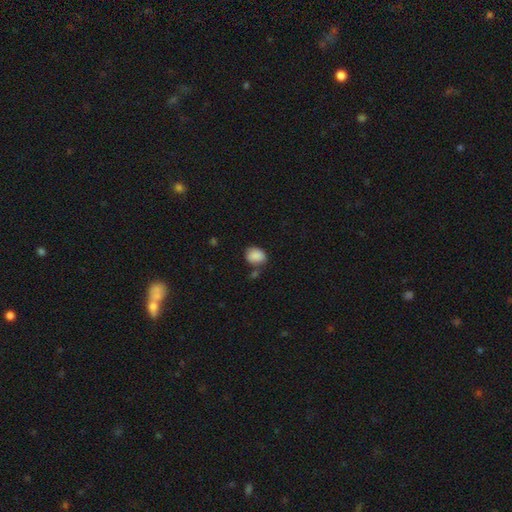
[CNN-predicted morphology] smooth_or_featured: smooth (p=0.87) [alt: star or artifact p=0.08]
how_rounded: in between (p=0.57) [alt: round p=0.42]
merging: none (p=0.63) [alt: minor disturbance p=0.21]